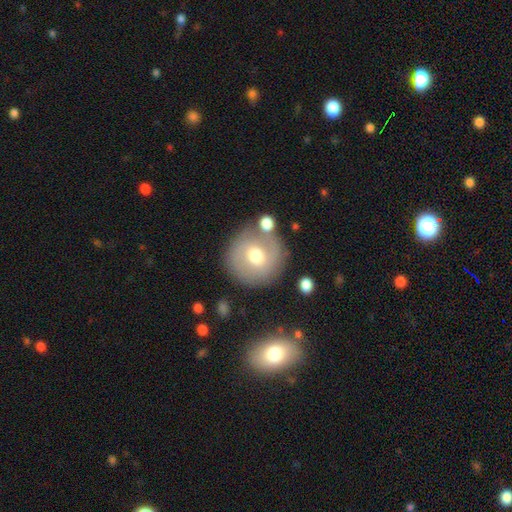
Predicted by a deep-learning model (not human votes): The model was most divided on "smooth or featured": smooth: 60%, featured or disk: 31%, star or artifact: 9%. More confident: how rounded — round (93%); merging — none (74%).